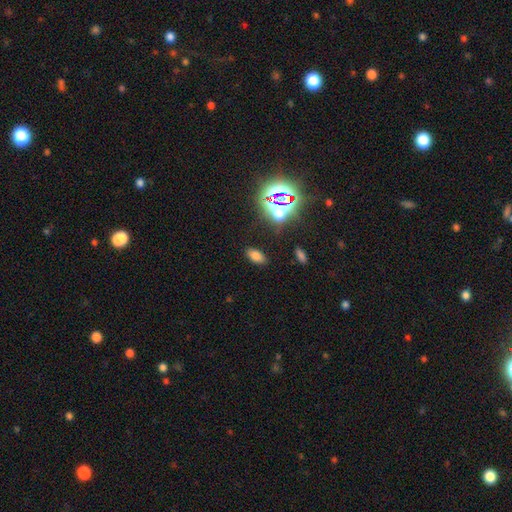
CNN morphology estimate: Smooth or featured?
  - smooth: 67% *
  - star or artifact: 25%
  - featured or disk: 8%
How rounded?
  - in between: 90% *
  - round: 6%
  - cigar-shaped: 4%
Merging?
  - none: 86% *
  - minor disturbance: 9%
  - major disturbance: 3%
  - merger: 2%